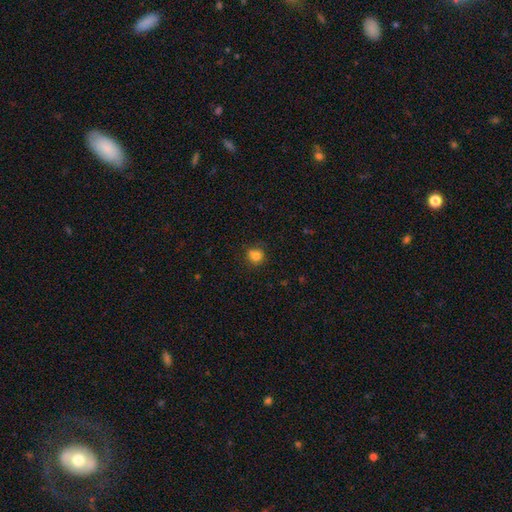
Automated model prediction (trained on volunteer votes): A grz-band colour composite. It shows a smooth galaxy with no disk features (79%) that is round (81%). Merging: none (63%).